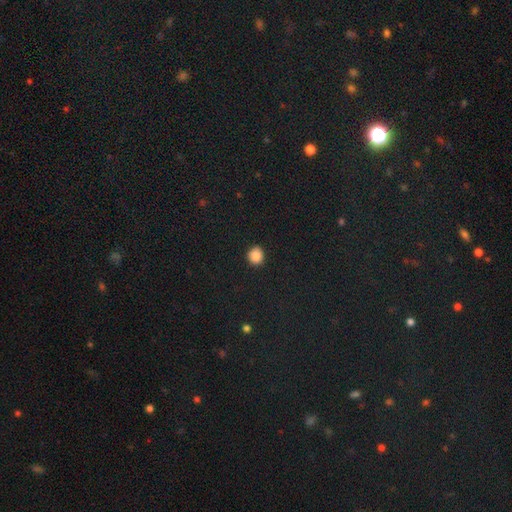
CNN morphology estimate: Smooth or featured? Predicted: smooth (p=0.87). How rounded? Predicted: round (p=0.86). Merging? Predicted: none (p=0.89).